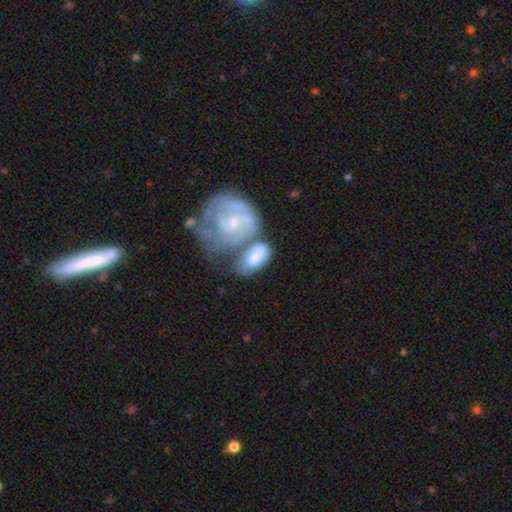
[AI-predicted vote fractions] Smooth or featured? Predicted: smooth (p=0.56). How rounded? Predicted: in between (p=0.87). Merging? Predicted: merger (p=0.39).